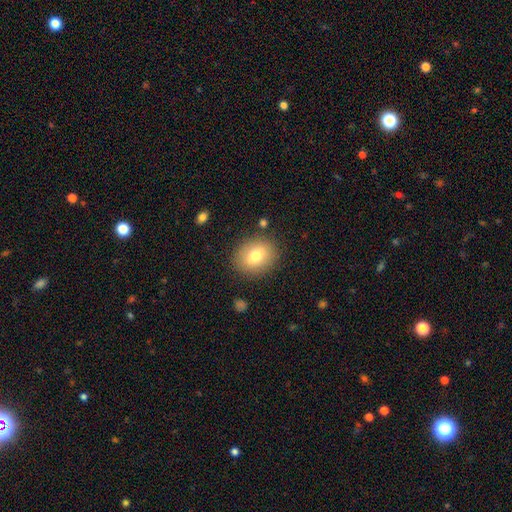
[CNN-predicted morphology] Q: Smooth or featured?
A: smooth (74%); runner-up: featured or disk (17%)
Q: How rounded?
A: round (54%); runner-up: in between (45%)
Q: Merging?
A: none (85%); runner-up: minor disturbance (10%)